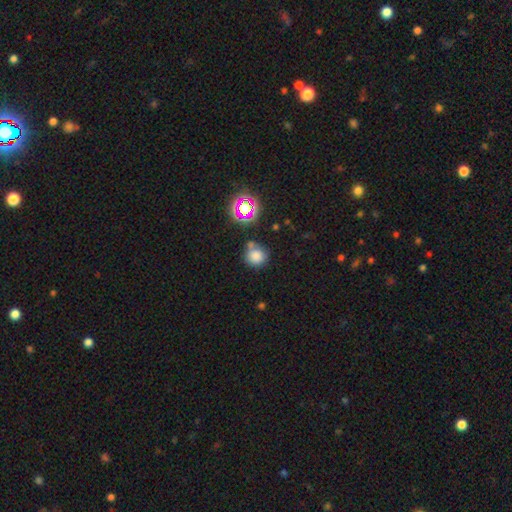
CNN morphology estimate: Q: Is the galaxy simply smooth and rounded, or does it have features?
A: smooth — 77%.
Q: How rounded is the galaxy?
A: round — 89%.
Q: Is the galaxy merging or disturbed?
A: none — 65%.